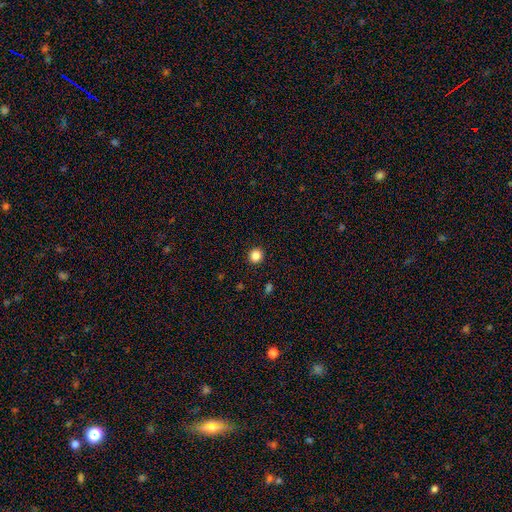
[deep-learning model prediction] Q: Smooth or featured?
A: smooth (85%); runner-up: star or artifact (12%)
Q: How rounded?
A: round (93%); runner-up: in between (6%)
Q: Merging?
A: none (93%); runner-up: minor disturbance (4%)